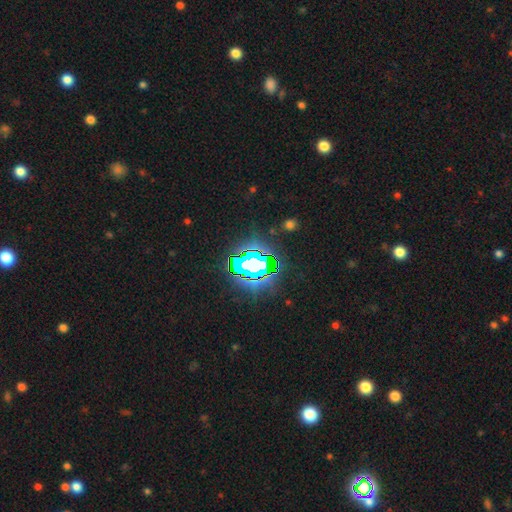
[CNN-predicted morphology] Smooth or featured? Predicted: star or artifact (p=0.78).